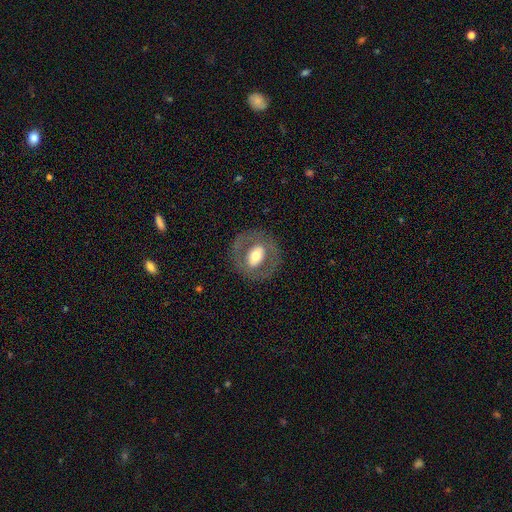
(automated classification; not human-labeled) featured or disk 55%, smooth 39%, star or artifact 7%. Down the decision tree: edge-on disk — no (93%); bar — no (47%); spiral arms — no (81%); bulge size — moderate (59%); merging — none (80%).